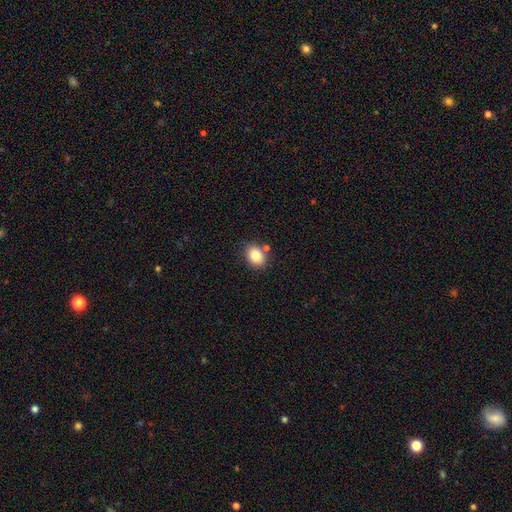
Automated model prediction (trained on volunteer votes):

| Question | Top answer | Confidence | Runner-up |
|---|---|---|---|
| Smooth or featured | smooth | 82% | star or artifact (10%) |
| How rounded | in between | 59% | round (40%) |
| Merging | none | 77% | minor disturbance (11%) |